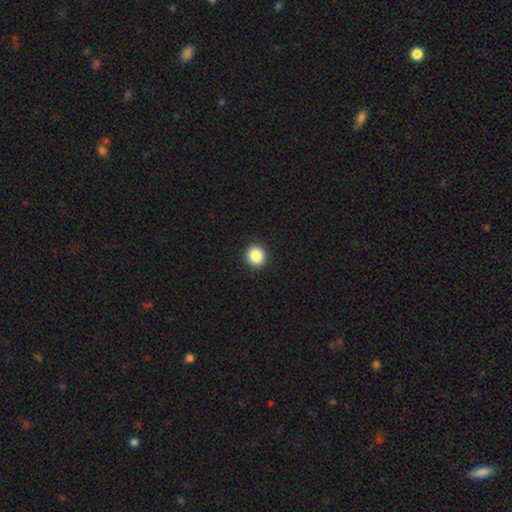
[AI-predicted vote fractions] Smooth or featured: smooth — 87% (star or artifact — 10%)
How rounded: round — 88% (in between — 11%)
Merging: none — 92% (minor disturbance — 5%)